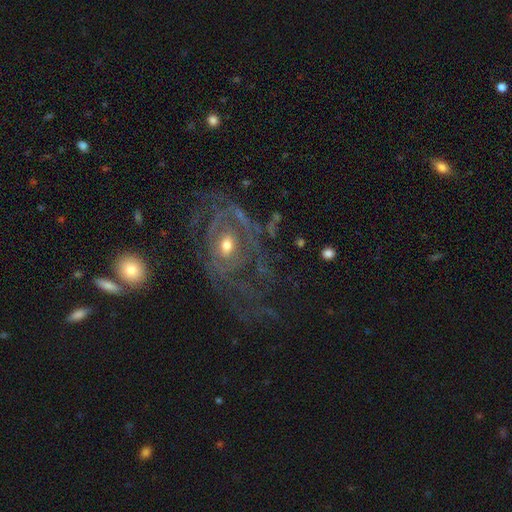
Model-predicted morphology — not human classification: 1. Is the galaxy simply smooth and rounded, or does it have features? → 71% featured or disk, 18% star or artifact, 11% smooth.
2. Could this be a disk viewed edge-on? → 95% no, 5% yes.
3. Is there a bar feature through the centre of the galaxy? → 70% no, 22% weak, 7% strong.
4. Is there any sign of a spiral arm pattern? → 73% yes, 27% no.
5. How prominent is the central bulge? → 47% moderate, 46% small, 3% large, 2% none, 1% dominant.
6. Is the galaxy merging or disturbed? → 50% none, 26% major disturbance, 18% minor disturbance, 5% merger.